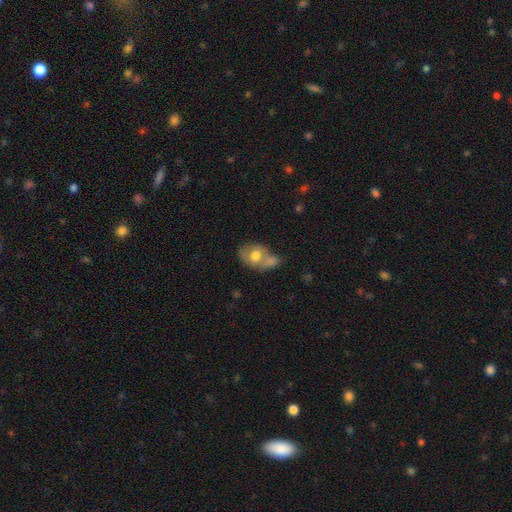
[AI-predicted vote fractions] The model was most divided on "merging": merger: 48%, none: 32%, minor disturbance: 14%, major disturbance: 6%. More confident: smooth or featured — smooth (69%); how rounded — in between (58%).